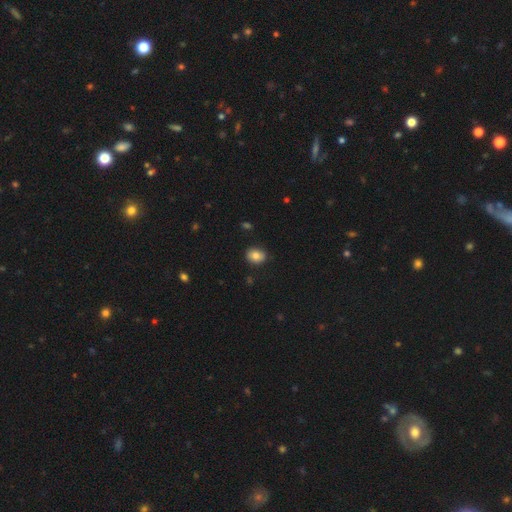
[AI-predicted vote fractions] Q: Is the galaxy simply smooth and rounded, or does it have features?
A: smooth — 83%.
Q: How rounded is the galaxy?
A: in between — 55%.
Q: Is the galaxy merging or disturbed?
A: none — 86%.